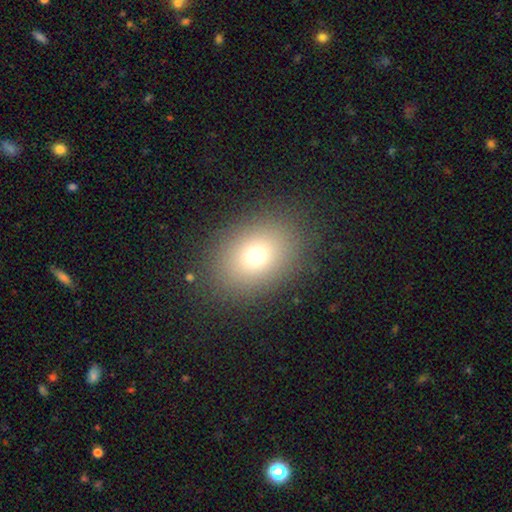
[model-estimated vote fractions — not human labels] Smooth or featured: smooth — 72% (star or artifact — 16%)
How rounded: in between — 60% (round — 39%)
Merging: none — 86% (minor disturbance — 8%)